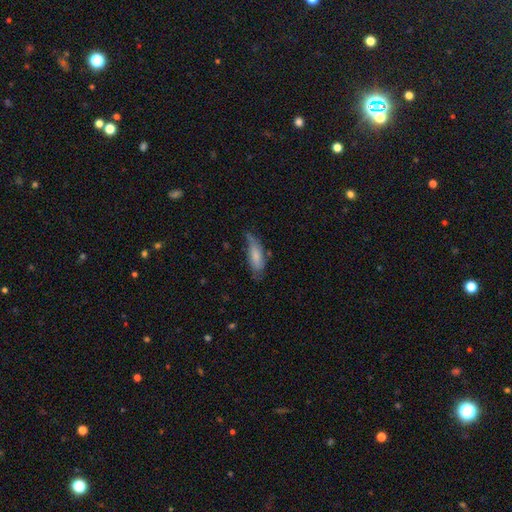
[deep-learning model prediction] A smooth galaxy with no disk features (68%) that is in between round and cigar-shaped (64%).

Vote fractions:
- Smooth or featured? smooth: 68% / featured or disk: 26% / star or artifact: 6%
- How rounded? in between: 64% / cigar-shaped: 34% / round: 2%
- Merging? none: 46% / minor disturbance: 36% / major disturbance: 15% / merger: 4%